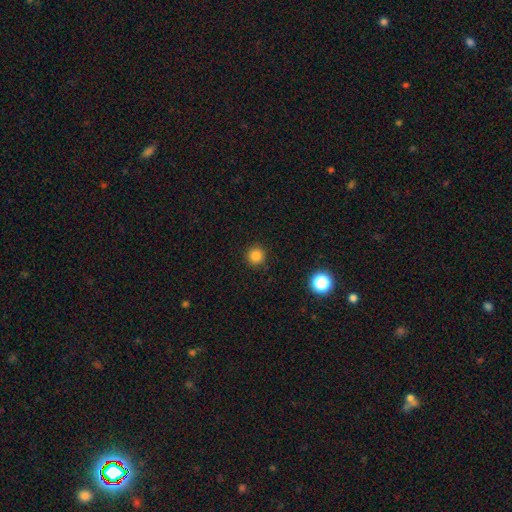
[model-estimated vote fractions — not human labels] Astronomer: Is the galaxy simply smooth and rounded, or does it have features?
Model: smooth — 83%.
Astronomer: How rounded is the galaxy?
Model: round — 95%.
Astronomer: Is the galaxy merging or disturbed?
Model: none — 91%.